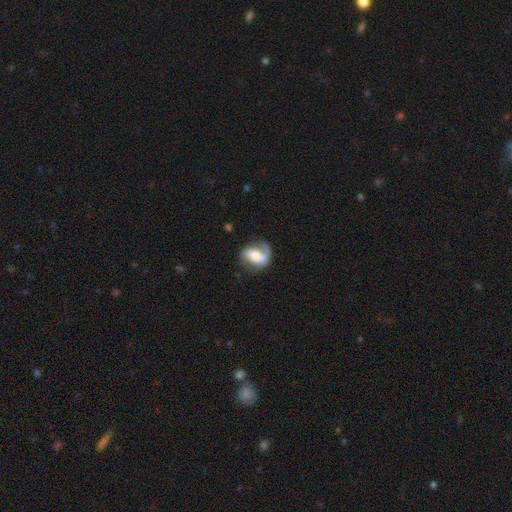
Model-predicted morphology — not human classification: Smooth or featured: featured or disk — 66% (smooth — 28%)
Edge-on disk: no — 97% (yes — 3%)
Bar: no — 39% (weak — 36%)
Spiral arms: yes — 89% (no — 11%)
Spiral winding: medium — 41% (loose — 37%)
Spiral arm count: 2 — 57% (1 — 36%)
Bulge size: moderate — 45% (small — 23%)
Merging: none — 57% (minor disturbance — 23%)